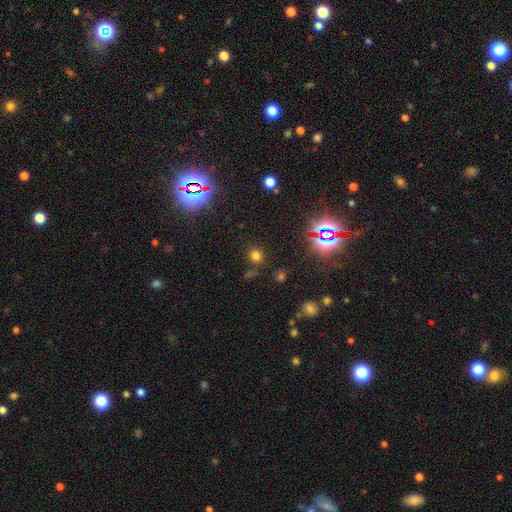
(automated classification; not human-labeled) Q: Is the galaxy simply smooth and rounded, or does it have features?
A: smooth — 64%.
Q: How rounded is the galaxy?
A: round — 88%.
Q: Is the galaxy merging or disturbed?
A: none — 81%.